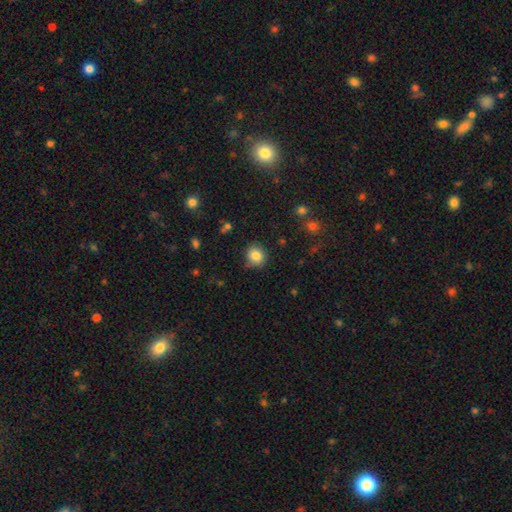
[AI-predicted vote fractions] Smooth or featured? smooth (83%)
How rounded? round (85%)
Merging? none (83%)